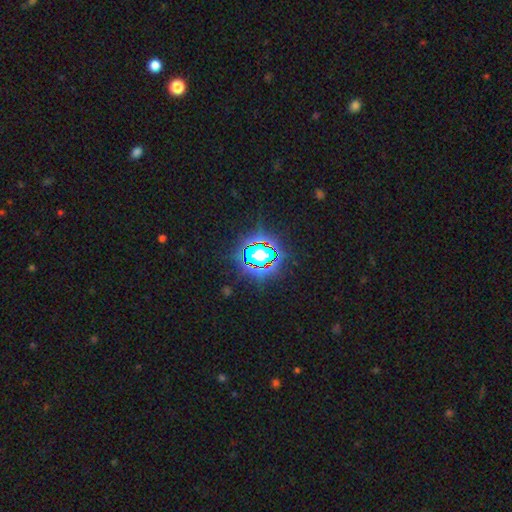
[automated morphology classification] The model was most divided on "smooth or featured": star or artifact: 82%, smooth: 12%, featured or disk: 7%.